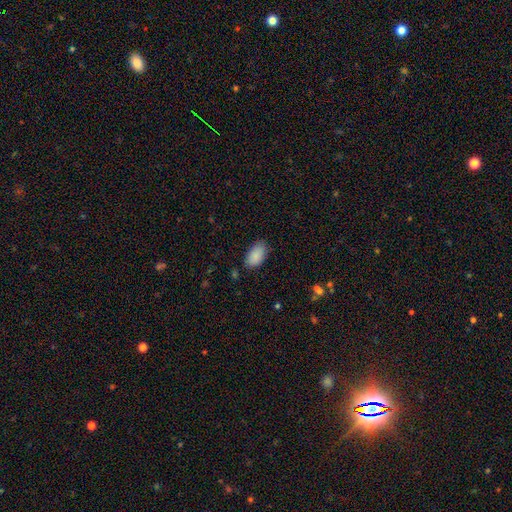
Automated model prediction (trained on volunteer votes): smooth 89%, star or artifact 7%, featured or disk 4%. Down the decision tree: how rounded — in between (94%); merging — none (78%).